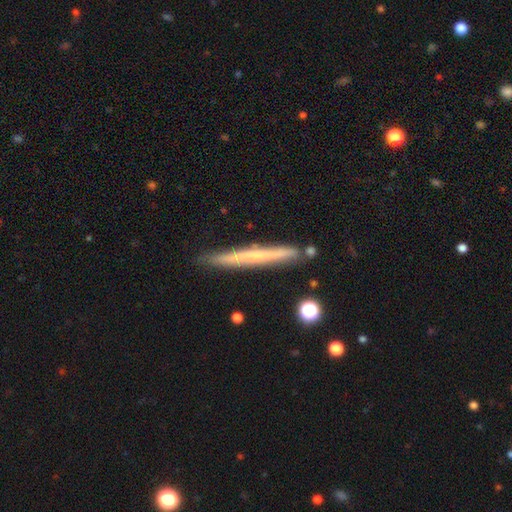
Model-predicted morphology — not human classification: The model was most divided on "smooth or featured": featured or disk: 52%, smooth: 42%, star or artifact: 7%. More confident: edge-on disk — yes (96%); merging — none (86%).